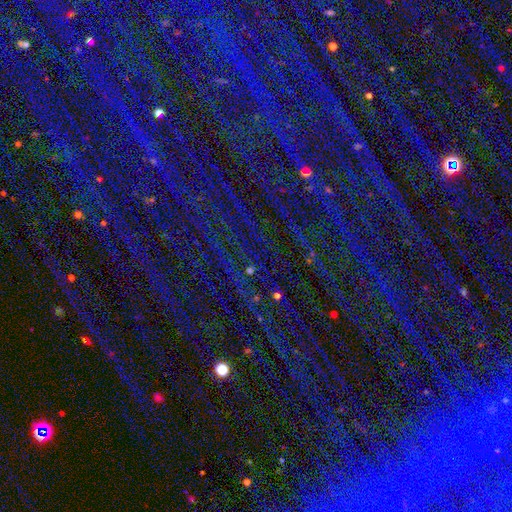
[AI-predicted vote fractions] A star or artifact, not a galaxy (72%).